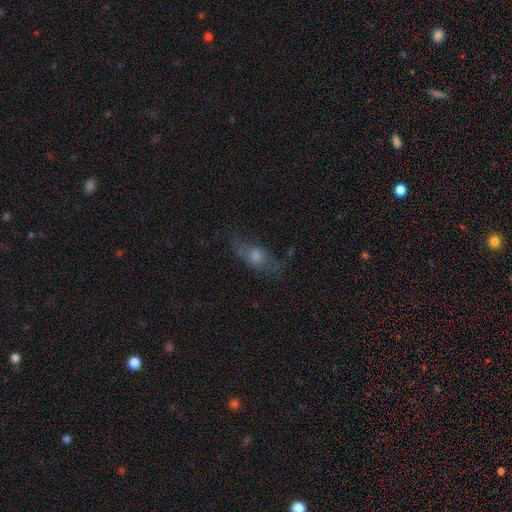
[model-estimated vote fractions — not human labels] A featured or disk galaxy (43%).

Vote fractions:
- Smooth or featured? featured or disk: 43% / smooth: 40% / star or artifact: 17%
- Merging? none: 65% / minor disturbance: 21% / major disturbance: 11% / merger: 2%